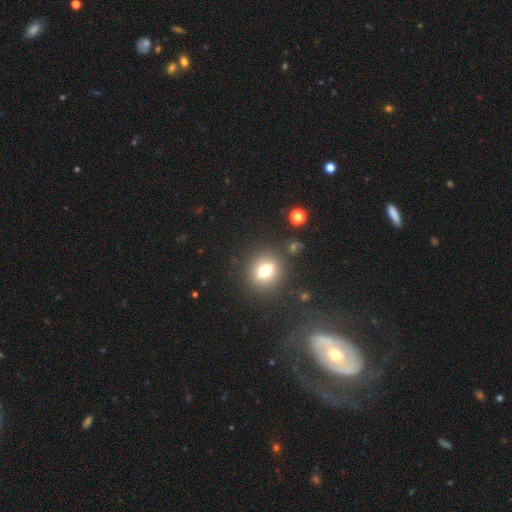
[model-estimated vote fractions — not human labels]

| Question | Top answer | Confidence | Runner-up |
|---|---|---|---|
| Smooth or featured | smooth | 58% | featured or disk (23%) |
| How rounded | round | 78% | in between (21%) |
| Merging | none | 80% | minor disturbance (9%) |